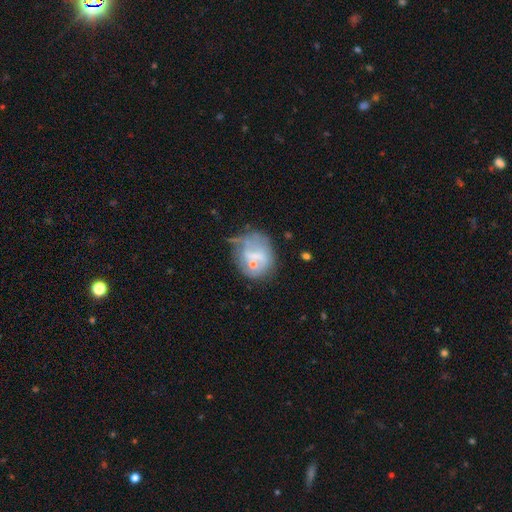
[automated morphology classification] This is possibly a featured or disk galaxy (48%). Merging: marginally none (33%).